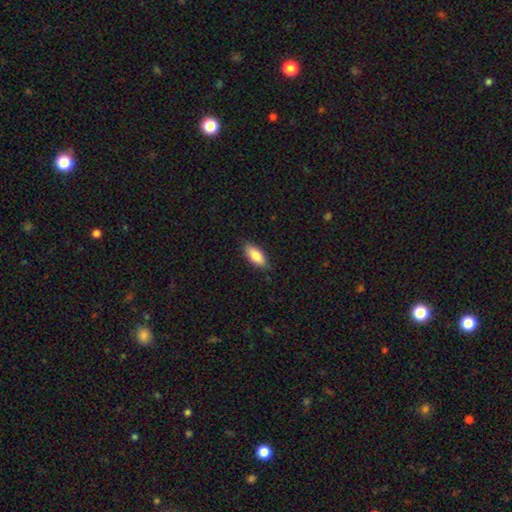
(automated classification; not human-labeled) Q: Smooth or featured?
A: smooth (86%); runner-up: featured or disk (8%)
Q: How rounded?
A: in between (83%); runner-up: cigar-shaped (15%)
Q: Merging?
A: none (85%); runner-up: minor disturbance (12%)